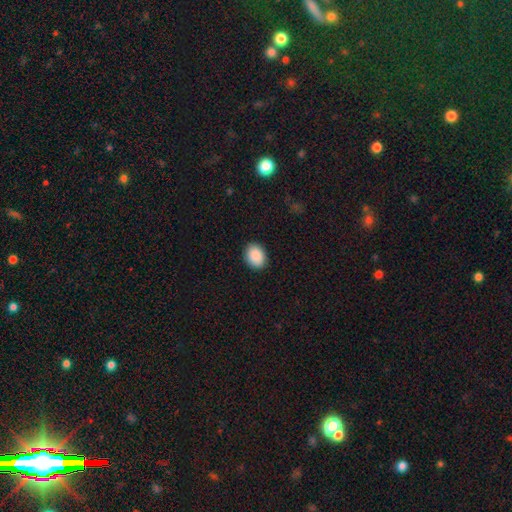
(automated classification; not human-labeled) Smooth or featured? smooth (89%)
How rounded? in between (66%)
Merging? none (89%)